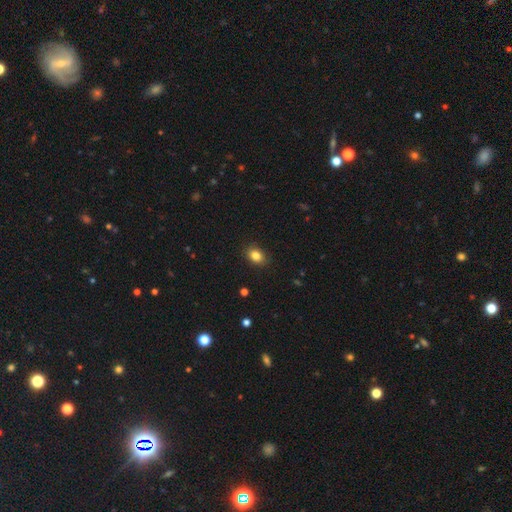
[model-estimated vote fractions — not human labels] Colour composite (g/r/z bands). It shows a smooth galaxy with no disk features (85%) that is in between round and cigar-shaped (71%). Merging: none (87%).